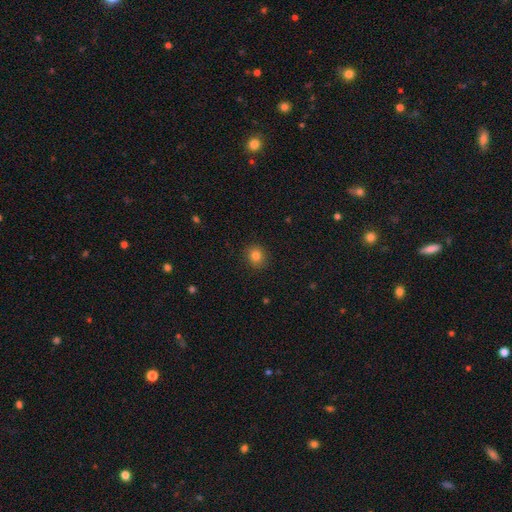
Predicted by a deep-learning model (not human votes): A smooth galaxy with no disk features (81%) that is round (82%).

Vote fractions:
- Smooth or featured? smooth: 81% / star or artifact: 12% / featured or disk: 7%
- How rounded? round: 82% / in between: 17% / cigar-shaped: 1%
- Merging? none: 91% / minor disturbance: 6% / major disturbance: 2% / merger: 1%